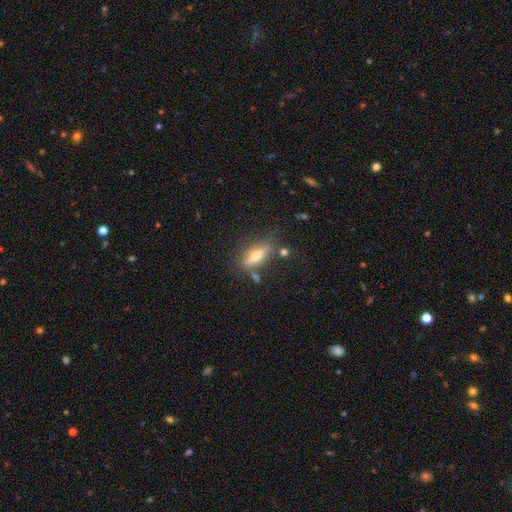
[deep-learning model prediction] smooth 48%, featured or disk 44%, star or artifact 8%. Down the decision tree: merging — none (72%).